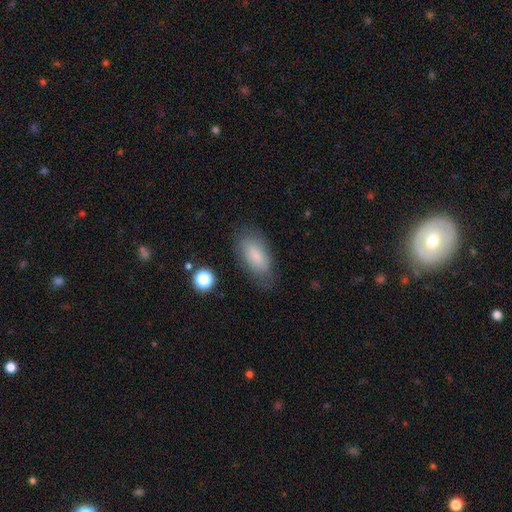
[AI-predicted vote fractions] Overall: smooth (80%). How rounded: in between (89%). Merging: none (75%).